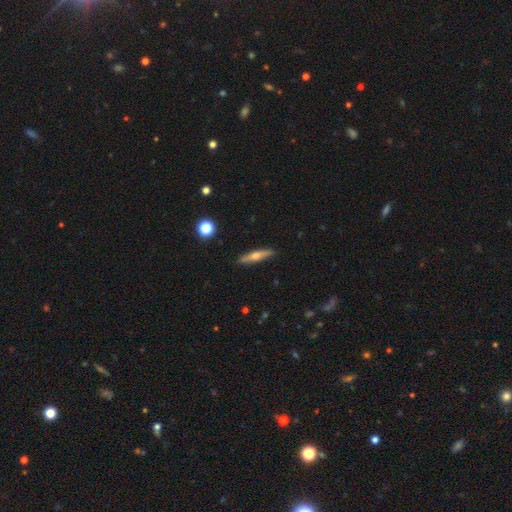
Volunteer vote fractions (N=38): Overall: featured or disk (55%; smooth 34%). Edge-on disk: yes (95%). Edge-on bulge: rounded (90%). Merging: none (97%).